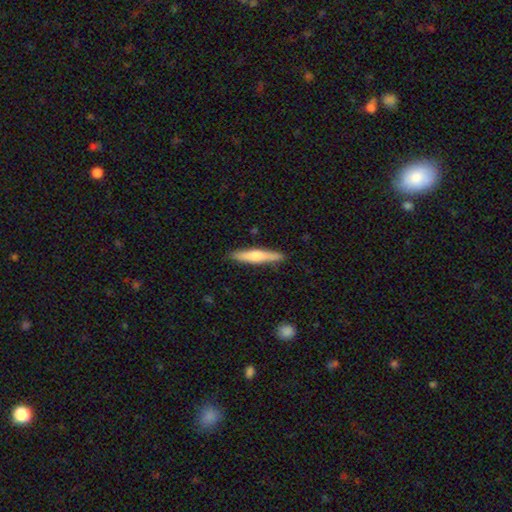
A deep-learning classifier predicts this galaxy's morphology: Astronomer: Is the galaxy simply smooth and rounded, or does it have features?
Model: smooth — 57% (runner-up: featured or disk, 38%).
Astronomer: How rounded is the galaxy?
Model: cigar-shaped — 92%.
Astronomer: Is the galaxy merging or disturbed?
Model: none — 89%.